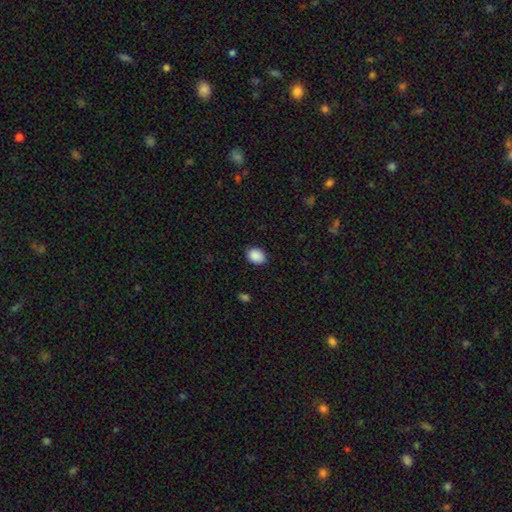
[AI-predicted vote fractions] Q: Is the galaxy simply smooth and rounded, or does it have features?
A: smooth — 90%.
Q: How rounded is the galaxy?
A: in between — 71%.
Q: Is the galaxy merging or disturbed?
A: none — 87%.